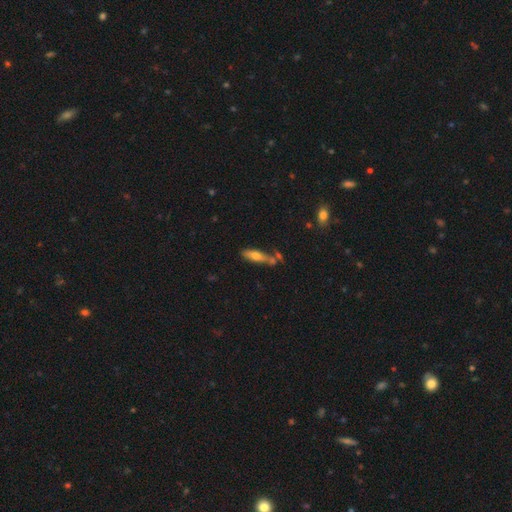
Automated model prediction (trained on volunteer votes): Smooth or featured?
  - smooth: 62% *
  - featured or disk: 30%
  - star or artifact: 8%
How rounded?
  - cigar-shaped: 53% *
  - in between: 44%
  - round: 3%
Merging?
  - none: 55% *
  - merger: 21%
  - minor disturbance: 18%
  - major disturbance: 6%